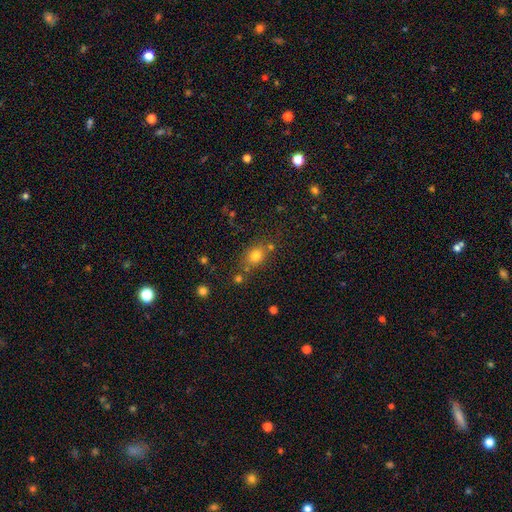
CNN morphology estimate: A smooth galaxy with no disk features (77%) that is round (54%).

Vote fractions:
- Smooth or featured? smooth: 77% / star or artifact: 15% / featured or disk: 9%
- How rounded? round: 54% / in between: 45% / cigar-shaped: 2%
- Merging? none: 68% / minor disturbance: 14% / merger: 13% / major disturbance: 5%